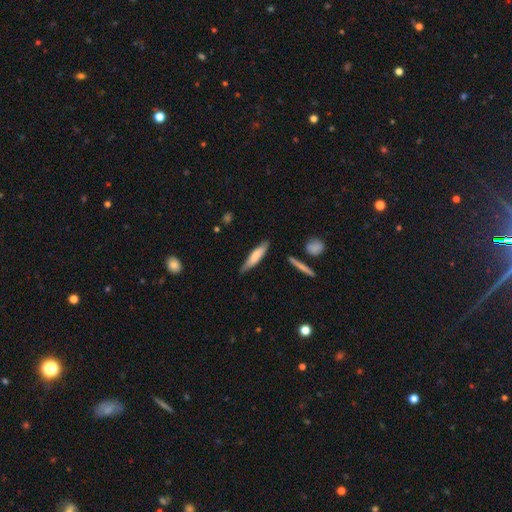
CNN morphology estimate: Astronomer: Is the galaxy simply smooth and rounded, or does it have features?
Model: smooth — 68%.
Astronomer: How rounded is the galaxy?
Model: cigar-shaped — 76%.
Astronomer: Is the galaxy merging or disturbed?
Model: none — 73%.